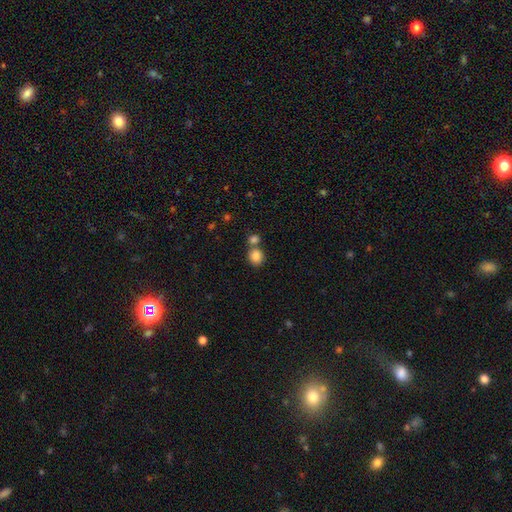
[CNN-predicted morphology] Smooth or featured?
  - smooth: 85% *
  - star or artifact: 10%
  - featured or disk: 5%
How rounded?
  - round: 80% *
  - in between: 19%
  - cigar-shaped: 1%
Merging?
  - none: 57% *
  - merger: 33%
  - minor disturbance: 8%
  - major disturbance: 3%